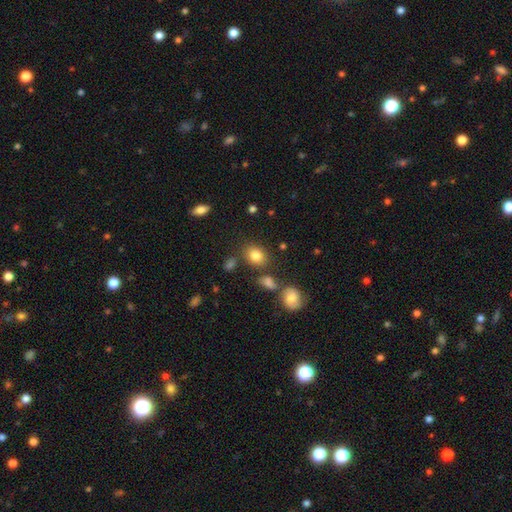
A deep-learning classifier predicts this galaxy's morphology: A smooth galaxy with no disk features (81%) that is in between round and cigar-shaped (54%).

Vote fractions:
- Smooth or featured? smooth: 81% / star or artifact: 11% / featured or disk: 8%
- How rounded? in between: 54% / round: 45% / cigar-shaped: 1%
- Merging? none: 77% / minor disturbance: 12% / merger: 7% / major disturbance: 4%